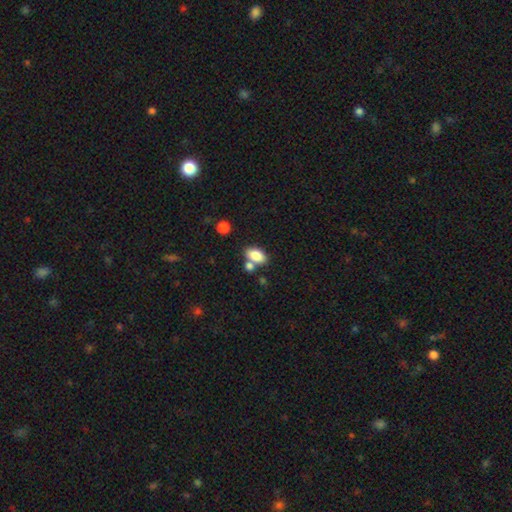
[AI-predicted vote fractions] Overall: smooth (84%). How rounded: in between (90%). Merging: none (56%; merger 28%).